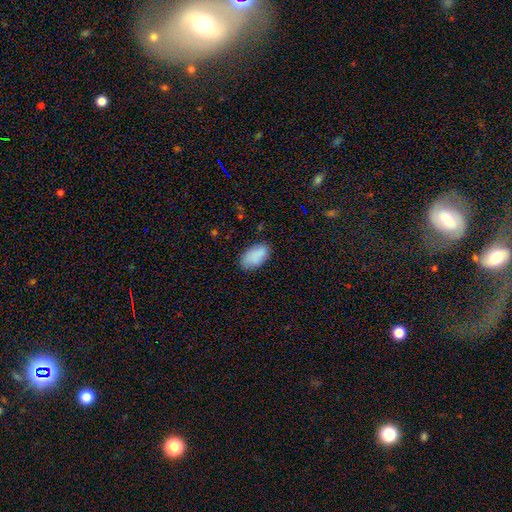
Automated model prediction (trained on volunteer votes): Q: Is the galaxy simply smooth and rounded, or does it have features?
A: smooth — 88%.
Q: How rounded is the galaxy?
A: in between — 94%.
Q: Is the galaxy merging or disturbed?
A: none — 80%.